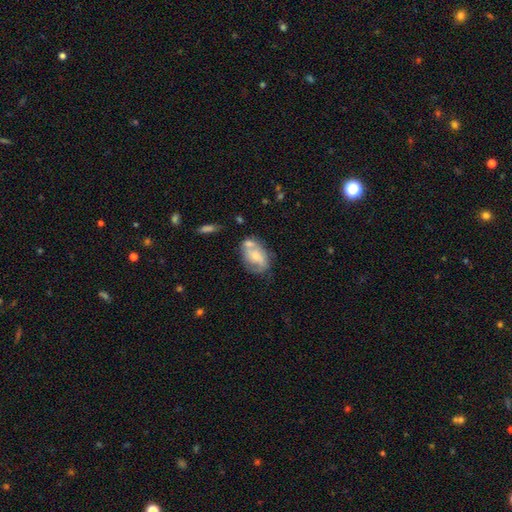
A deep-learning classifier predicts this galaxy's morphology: smooth_or_featured: featured or disk (p=0.47) [alt: smooth p=0.46]
merging: none (p=0.38) [alt: merger p=0.26]